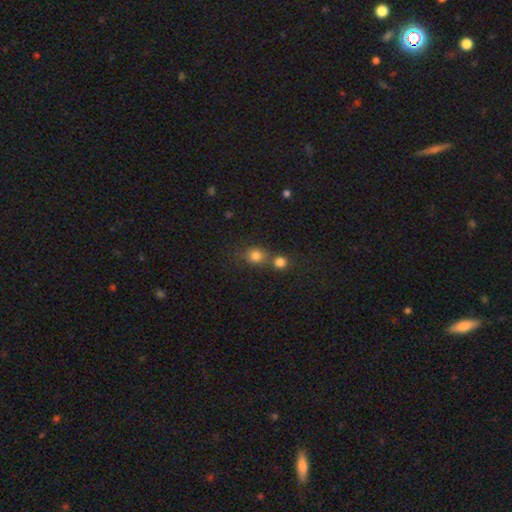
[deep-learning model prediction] A smooth galaxy with no disk features (80%) that is round (80%). Merging: none (49%).